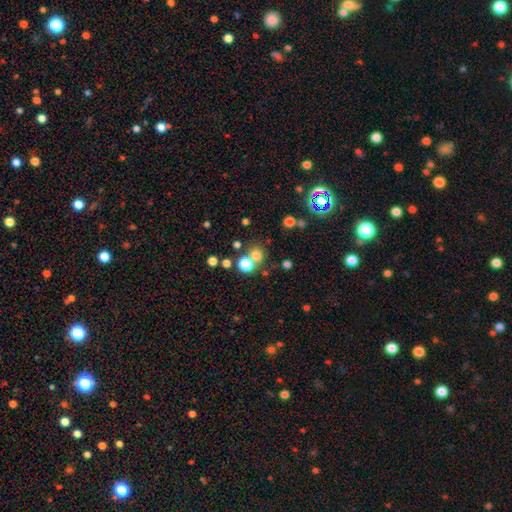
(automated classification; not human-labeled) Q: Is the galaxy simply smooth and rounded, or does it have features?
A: smooth — 69%.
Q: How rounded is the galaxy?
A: round — 85%.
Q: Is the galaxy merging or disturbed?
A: none — 64%.